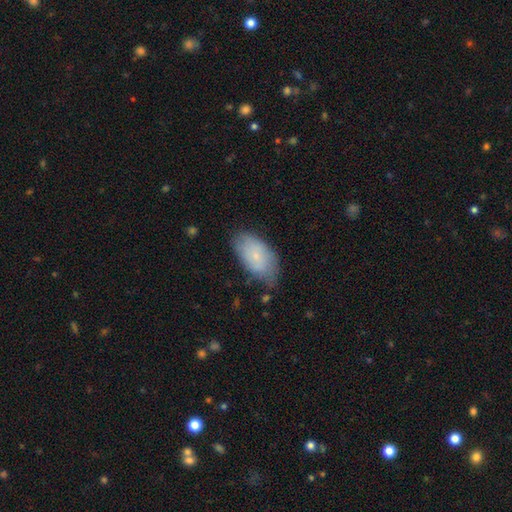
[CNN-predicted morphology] smooth-or-featured: smooth: 68% | featured or disk: 25% | star or artifact: 7%
  how-rounded: in between: 94% | round: 4% | cigar-shaped: 3%
  merging: none: 63% | minor disturbance: 28% | major disturbance: 7% | merger: 2%